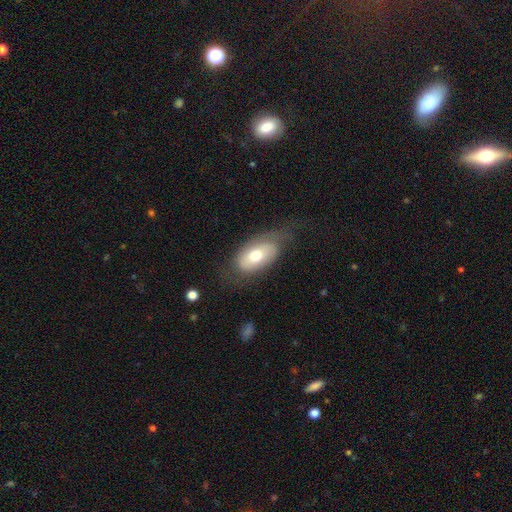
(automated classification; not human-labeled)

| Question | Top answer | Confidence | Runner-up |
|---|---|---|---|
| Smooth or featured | smooth | 59% | featured or disk (35%) |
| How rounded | in between | 91% | round (6%) |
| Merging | none | 55% | minor disturbance (27%) |